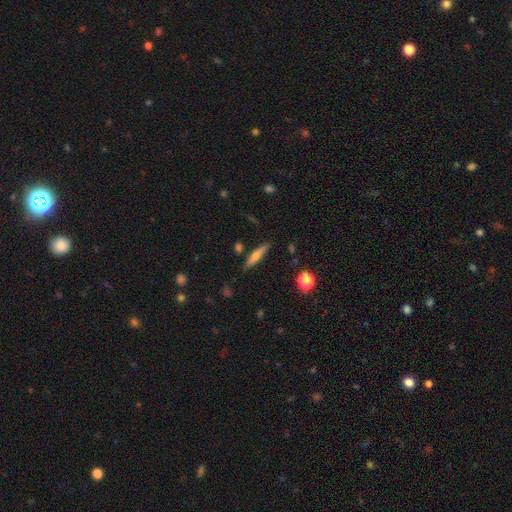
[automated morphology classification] This is possibly a smooth galaxy (58%). How rounded: clearly cigar-shaped (82%). Merging: clearly none (84%).